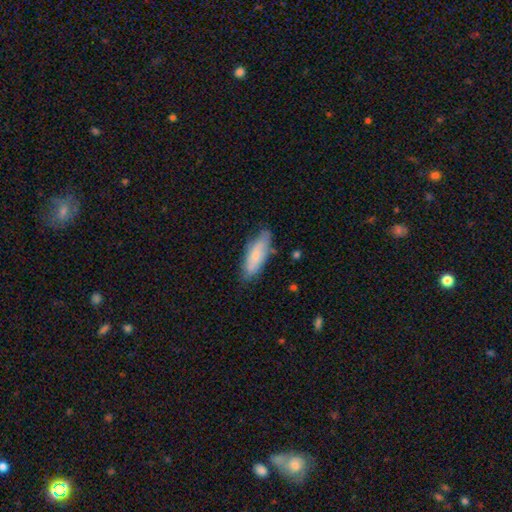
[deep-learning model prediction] Morphology: type=smooth (72%); roundness=in between (61%); merging=none (72%).